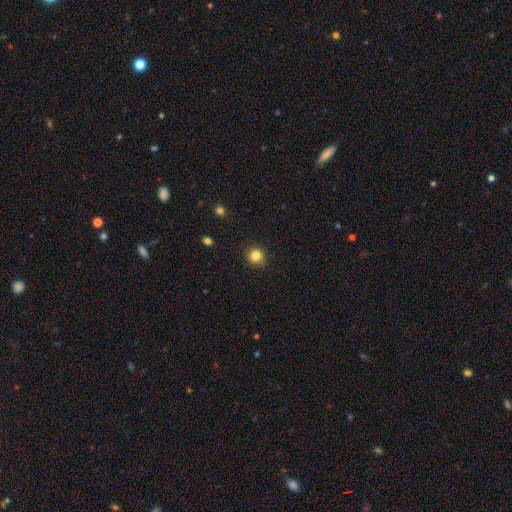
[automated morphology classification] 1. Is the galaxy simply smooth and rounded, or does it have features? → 82% smooth, 12% star or artifact, 6% featured or disk.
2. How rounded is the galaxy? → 91% round, 8% in between, 1% cigar-shaped.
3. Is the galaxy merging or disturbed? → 87% none, 10% minor disturbance, 2% major disturbance, 1% merger.